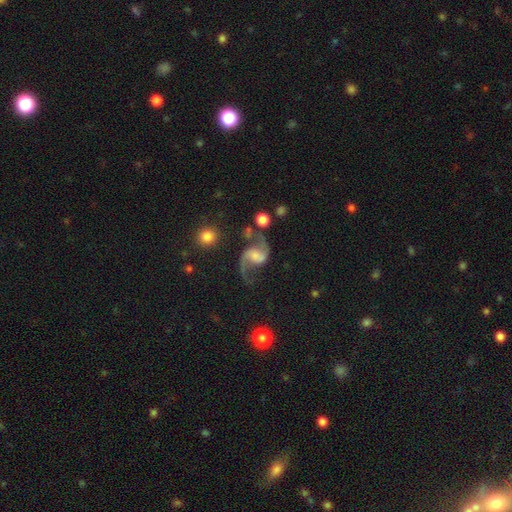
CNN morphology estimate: smooth_or_featured: featured or disk (p=0.89) [alt: smooth p=0.06]
disk_edge_on: no (p=0.98) [alt: yes p=0.02]
bar: weak (p=0.45) [alt: no p=0.38]
has_spiral_arms: yes (p=0.97) [alt: no p=0.03]
spiral_winding: loose (p=0.67) [alt: medium p=0.29]
spiral_arm_count: 2 (p=0.93) [alt: 1 p=0.02]
bulge_size: small (p=0.33) [alt: moderate p=0.32]
merging: none (p=0.66) [alt: minor disturbance p=0.16]